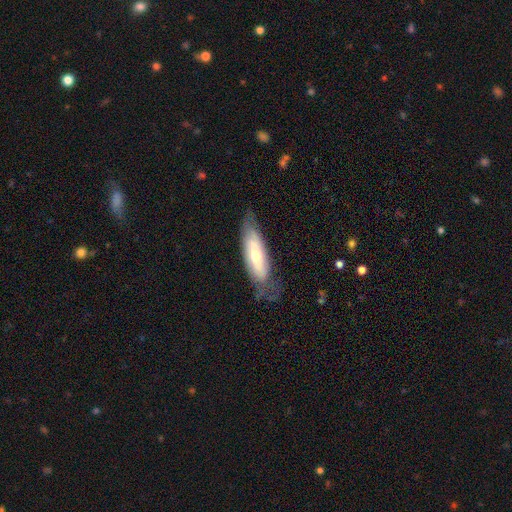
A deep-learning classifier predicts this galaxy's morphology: A featured or disk galaxy (47%, tied with smooth).

Vote fractions:
- Smooth or featured? featured or disk: 47% (tied) / smooth: 47% (tied) / star or artifact: 6%
- Merging? none: 59% / minor disturbance: 28% / major disturbance: 11% / merger: 2%